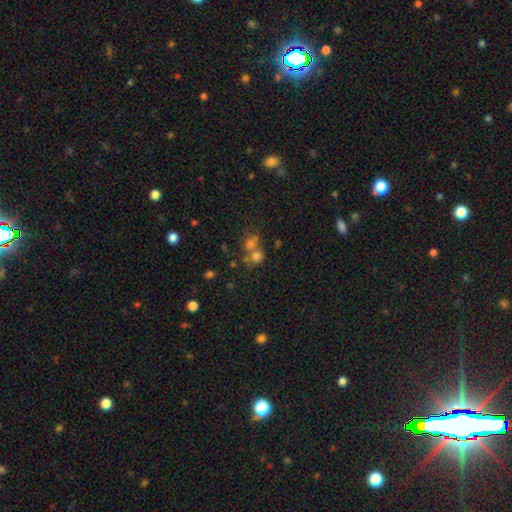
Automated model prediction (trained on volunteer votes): Smooth or featured? smooth (66%)
How rounded? round (79%)
Merging? merger (46%)